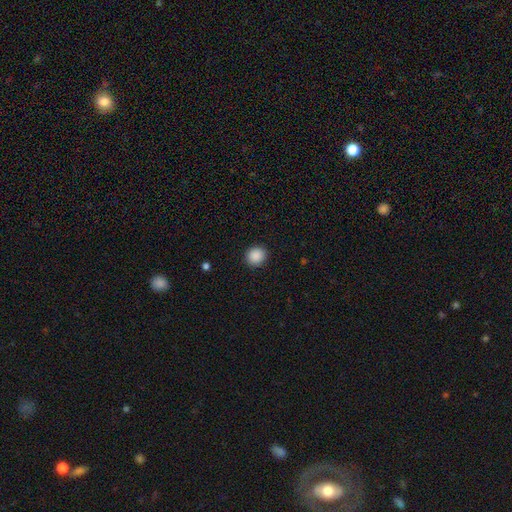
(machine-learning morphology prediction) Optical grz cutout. It shows a smooth galaxy with no disk features (89%) that is round (83%). Merging: none (91%).